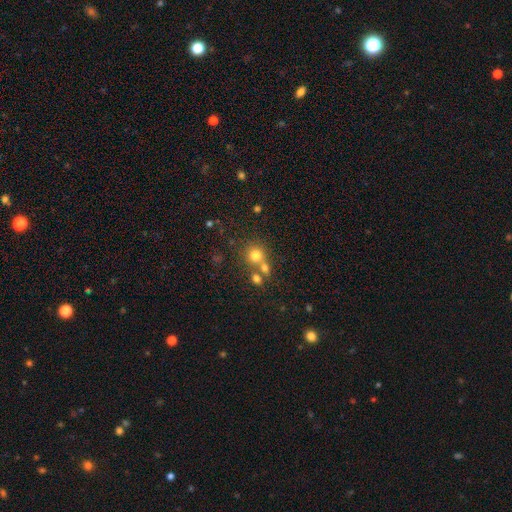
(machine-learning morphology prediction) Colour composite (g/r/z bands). It shows a smooth galaxy with no disk features (74%) that is round (86%). Merging: none (51%).